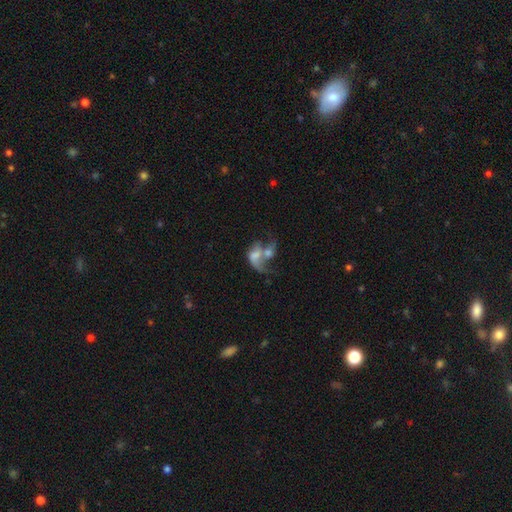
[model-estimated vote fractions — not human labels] This appears to be a featured or disk galaxy (49%). Merging: merger (63%).